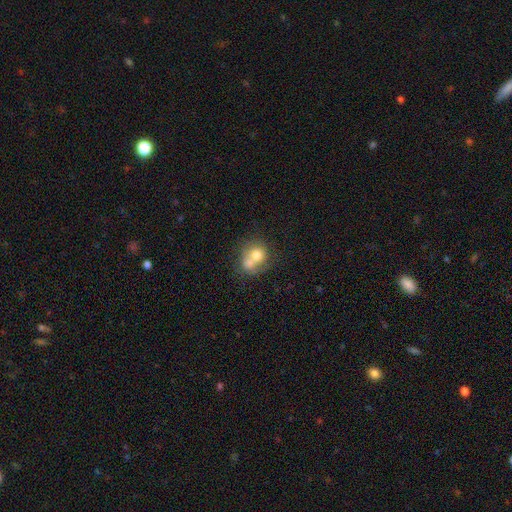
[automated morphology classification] Smooth or featured? smooth (65%)
How rounded? round (70%)
Merging? merger (61%)